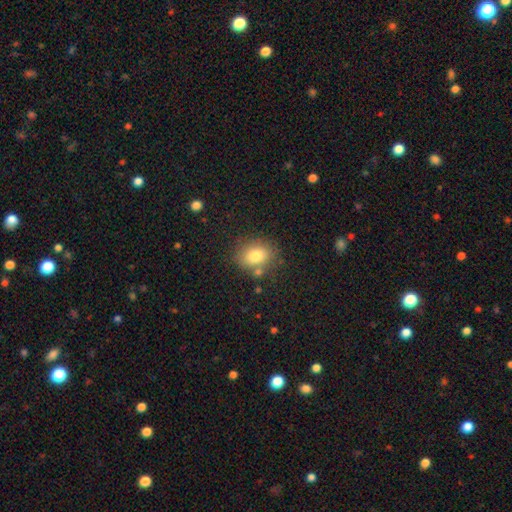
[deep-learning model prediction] The model was most divided on "how rounded": in between: 52%, round: 47%, cigar-shaped: 1%. More confident: smooth or featured — smooth (79%); merging — none (73%).